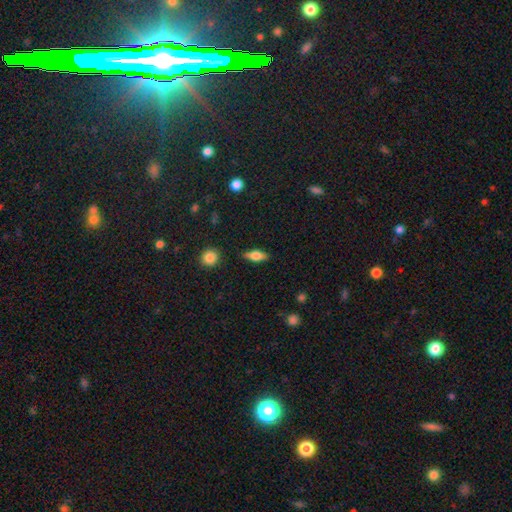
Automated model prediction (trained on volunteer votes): smooth 62%, featured or disk 31%, star or artifact 7%. Down the decision tree: how rounded — in between (68%); merging — none (86%).